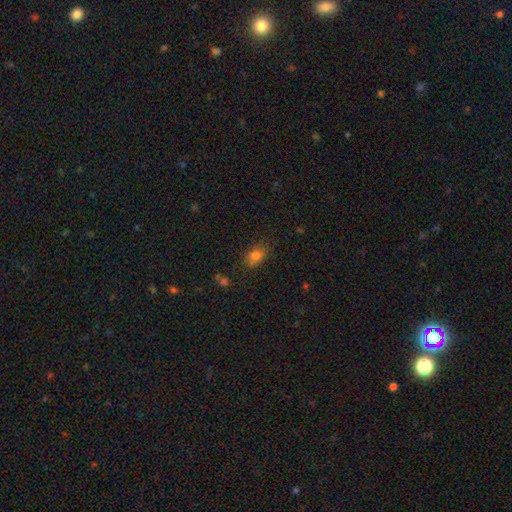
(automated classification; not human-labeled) This is likely a smooth galaxy (78%). How rounded: likely in between (79%). Merging: likely none (69%).